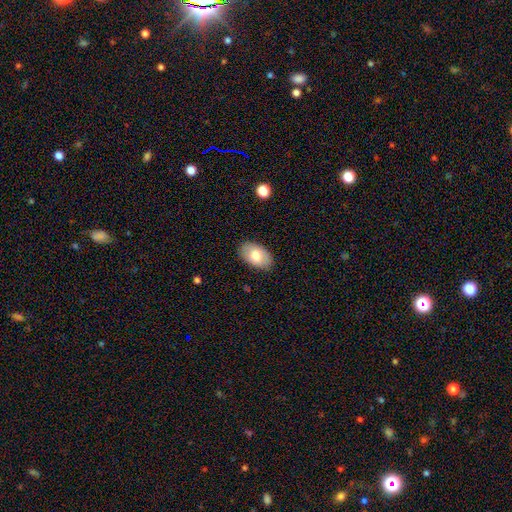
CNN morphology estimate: Smooth or featured? Predicted: smooth (p=0.74). How rounded? Predicted: in between (p=0.92). Merging? Predicted: none (p=0.87).